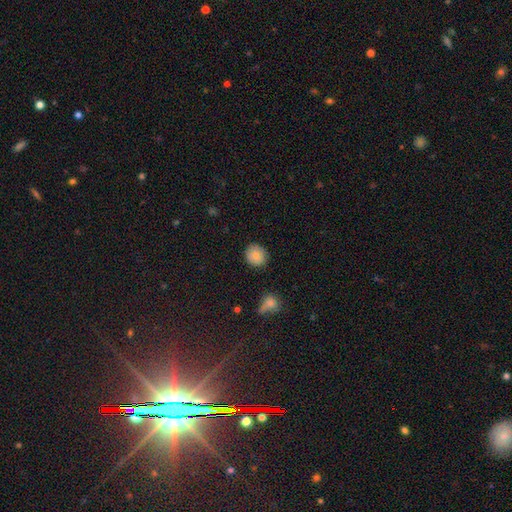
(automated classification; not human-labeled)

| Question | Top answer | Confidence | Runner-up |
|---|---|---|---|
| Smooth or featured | smooth | 85% | star or artifact (8%) |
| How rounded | round | 77% | in between (22%) |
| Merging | none | 85% | minor disturbance (11%) |